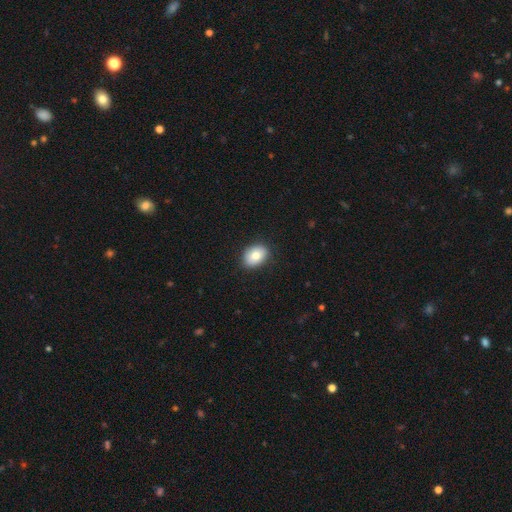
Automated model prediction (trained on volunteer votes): A smooth galaxy with no disk features (81%) that is in between round and cigar-shaped (75%).

Vote fractions:
- Smooth or featured? smooth: 81% / featured or disk: 11% / star or artifact: 8%
- How rounded? in between: 75% / round: 24% / cigar-shaped: 1%
- Merging? none: 87% / minor disturbance: 10% / major disturbance: 2% / merger: 1%